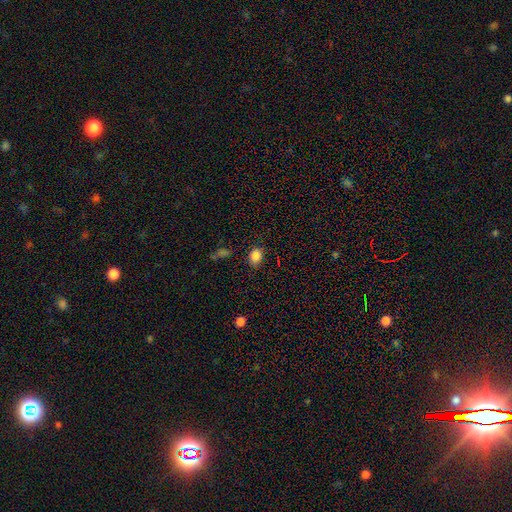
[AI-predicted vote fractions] A smooth galaxy with no disk features (84%) that is in between round and cigar-shaped (55%).

Vote fractions:
- Smooth or featured? smooth: 84% / star or artifact: 11% / featured or disk: 5%
- How rounded? in between: 55% / round: 44% / cigar-shaped: 1%
- Merging? none: 78% / minor disturbance: 16% / major disturbance: 4% / merger: 2%